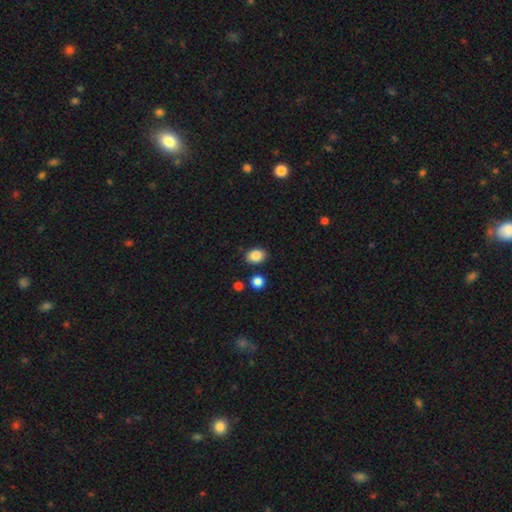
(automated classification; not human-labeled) This is clearly a smooth galaxy (86%). How rounded: likely in between (67%). Merging: clearly none (83%).